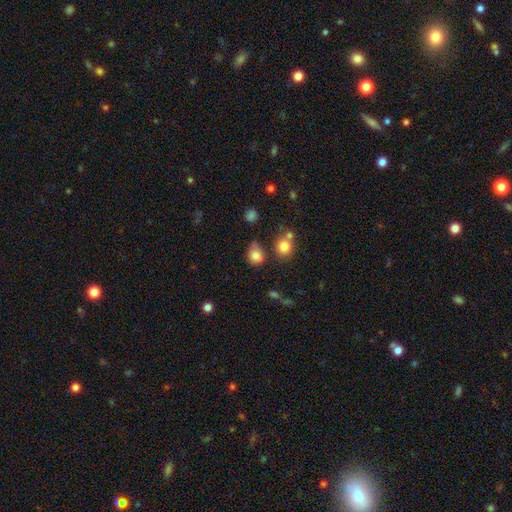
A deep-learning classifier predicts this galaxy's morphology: smooth_or_featured: smooth (p=0.80) [alt: star or artifact p=0.12]
how_rounded: round (p=0.61) [alt: in between p=0.38]
merging: none (p=0.57) [alt: minor disturbance p=0.26]